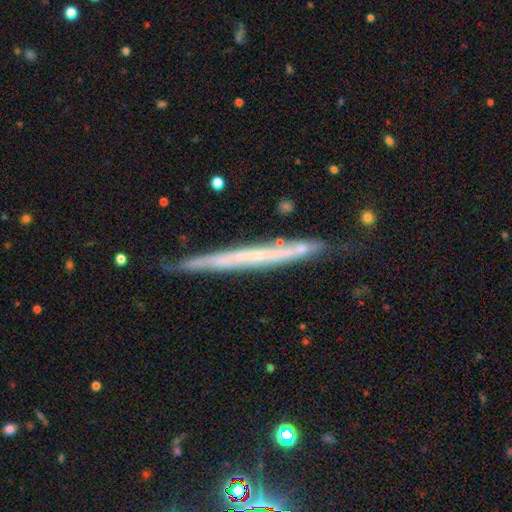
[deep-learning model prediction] Smooth or featured? featured or disk (66%)
Edge-on disk? yes (92%)
Edge-on bulge? none (87%)
Merging? none (76%)